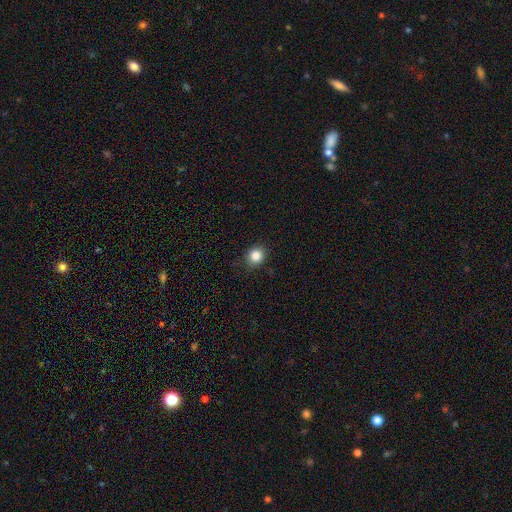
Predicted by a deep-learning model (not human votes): A smooth galaxy with no disk features (84%) that is round (75%). Merging: none (86%).